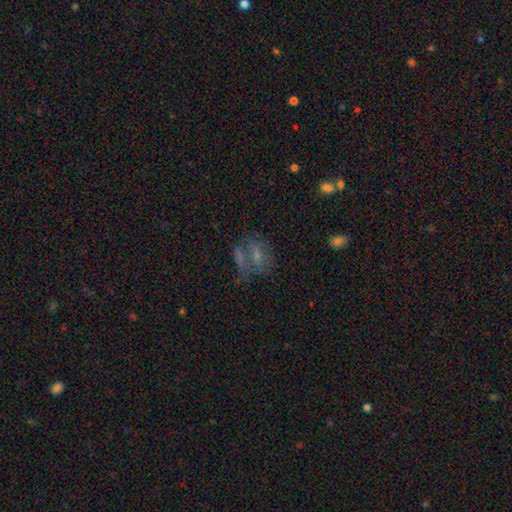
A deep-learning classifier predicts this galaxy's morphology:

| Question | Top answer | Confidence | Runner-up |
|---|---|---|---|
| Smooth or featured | smooth | 45% | featured or disk (32%) |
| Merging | none | 48% | merger (24%) |